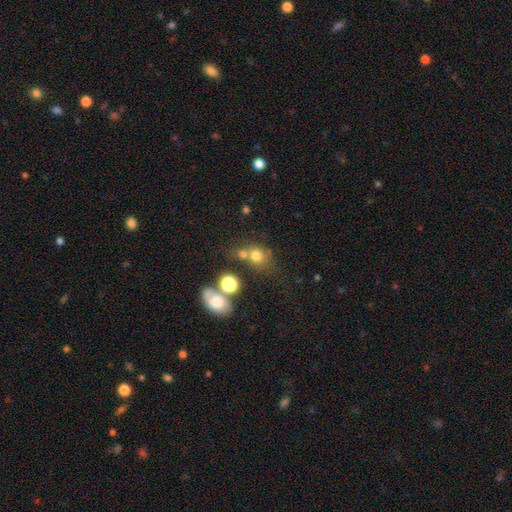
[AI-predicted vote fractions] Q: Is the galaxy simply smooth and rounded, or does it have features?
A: smooth — 71%.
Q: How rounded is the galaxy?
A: round — 67%.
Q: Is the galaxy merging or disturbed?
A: none — 47%.